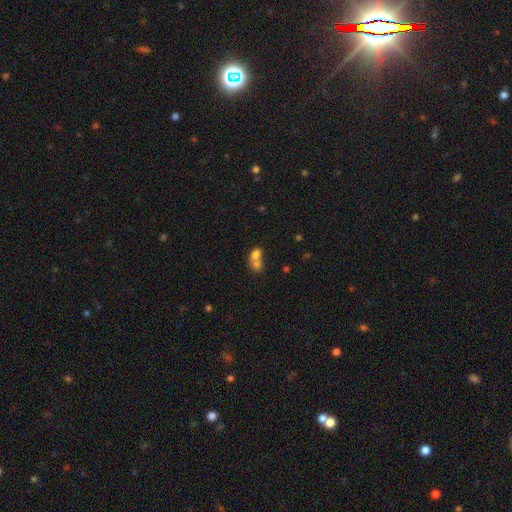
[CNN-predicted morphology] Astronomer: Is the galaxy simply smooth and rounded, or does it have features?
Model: smooth — 72%.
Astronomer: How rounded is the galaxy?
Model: in between — 59% (runner-up: round, 39%).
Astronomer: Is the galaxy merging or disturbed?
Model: merger — 72%.